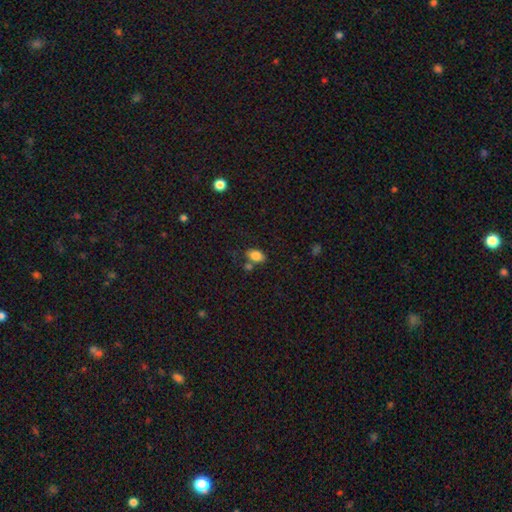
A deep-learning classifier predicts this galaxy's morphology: The model was most divided on "merging": none: 60%, merger: 19%, minor disturbance: 16%, major disturbance: 5%. More confident: how rounded — in between (88%); smooth or featured — smooth (84%).